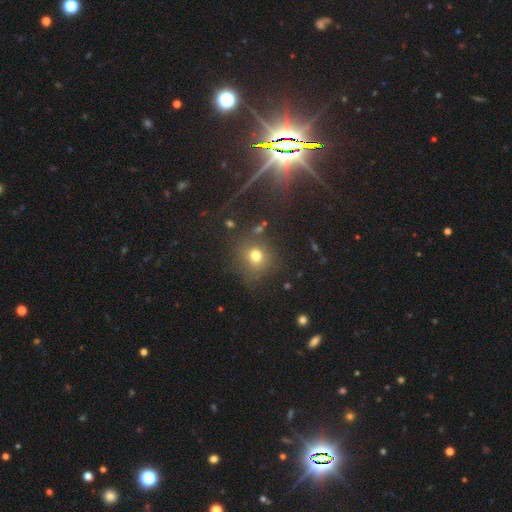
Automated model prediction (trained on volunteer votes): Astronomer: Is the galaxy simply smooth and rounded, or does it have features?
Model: smooth — 69%.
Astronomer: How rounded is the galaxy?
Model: round — 83%.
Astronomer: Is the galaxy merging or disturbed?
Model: none — 72%.